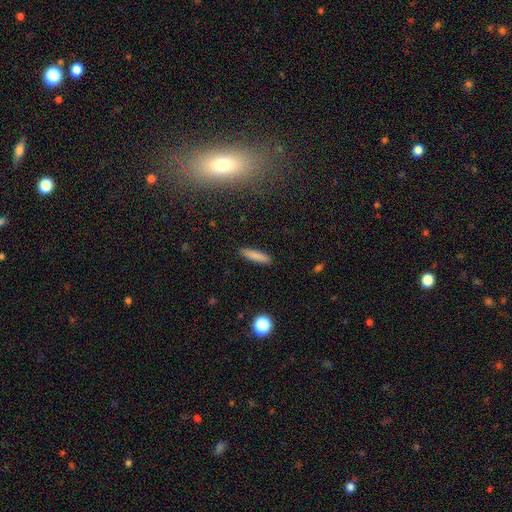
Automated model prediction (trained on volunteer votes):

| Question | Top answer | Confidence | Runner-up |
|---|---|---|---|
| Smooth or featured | smooth | 84% | featured or disk (8%) |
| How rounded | cigar-shaped | 79% | in between (19%) |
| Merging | none | 90% | minor disturbance (7%) |